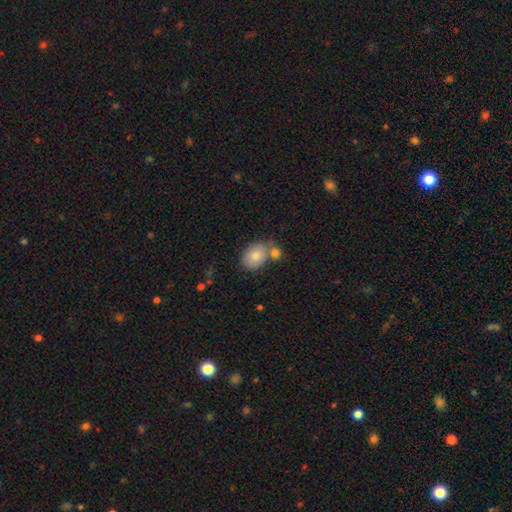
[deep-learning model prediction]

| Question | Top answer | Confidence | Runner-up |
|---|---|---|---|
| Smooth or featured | smooth | 81% | featured or disk (12%) |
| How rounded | in between | 77% | round (22%) |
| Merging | none | 53% | merger (29%) |